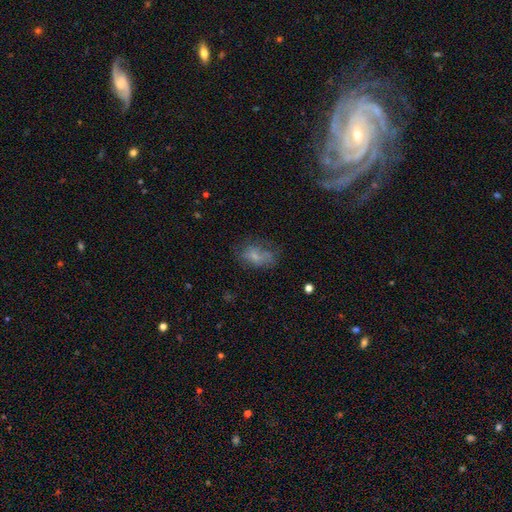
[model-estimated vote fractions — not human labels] Smooth or featured: smooth — 61% (featured or disk — 26%)
How rounded: in between — 85% (round — 12%)
Merging: none — 44% (minor disturbance — 27%)